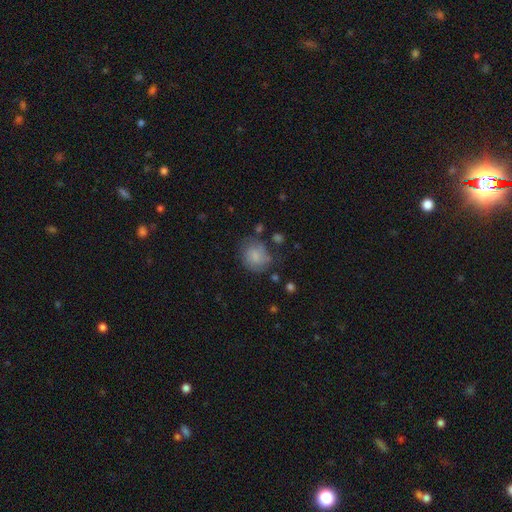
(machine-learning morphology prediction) smooth_or_featured: smooth (p=0.76) [alt: featured or disk p=0.15]
how_rounded: round (p=0.63) [alt: in between p=0.36]
merging: none (p=0.55) [alt: minor disturbance p=0.26]